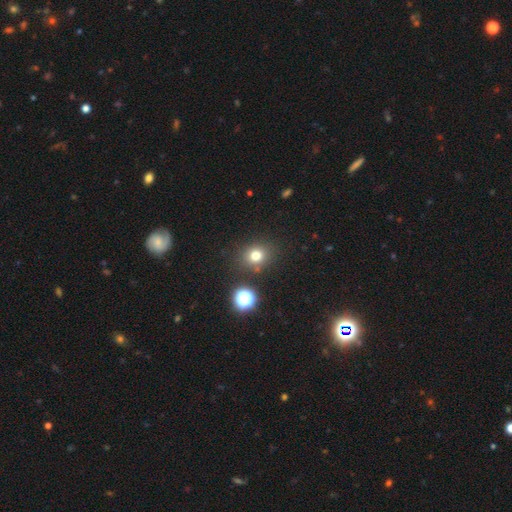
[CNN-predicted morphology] type=smooth (75%); roundness=round (75%); merging=none (82%).